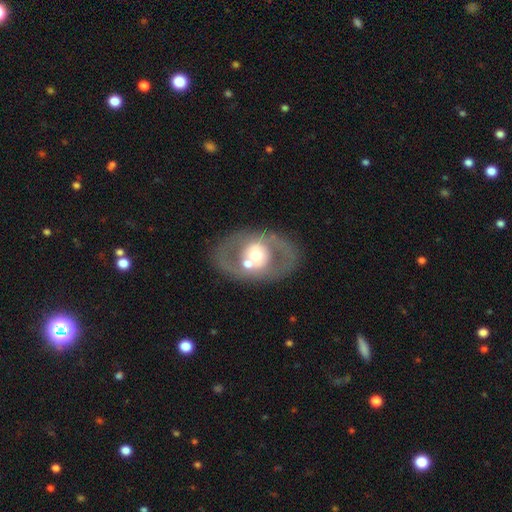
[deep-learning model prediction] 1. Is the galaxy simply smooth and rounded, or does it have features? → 63% featured or disk, 30% smooth, 7% star or artifact.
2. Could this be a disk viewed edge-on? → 92% no, 8% yes.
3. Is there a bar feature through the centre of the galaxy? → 73% no, 18% weak, 9% strong.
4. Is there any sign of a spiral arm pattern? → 79% no, 21% yes.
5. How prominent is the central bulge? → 62% moderate, 26% large, 8% small, 3% dominant, 1% none.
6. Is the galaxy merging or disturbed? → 66% none, 12% minor disturbance, 12% merger, 9% major disturbance.